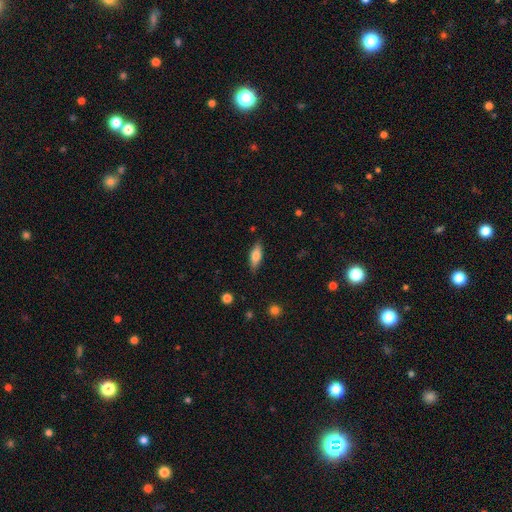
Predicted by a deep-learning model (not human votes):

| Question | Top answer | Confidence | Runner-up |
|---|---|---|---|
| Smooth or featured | smooth | 70% | featured or disk (23%) |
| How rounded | in between | 62% | cigar-shaped (36%) |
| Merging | none | 84% | minor disturbance (12%) |